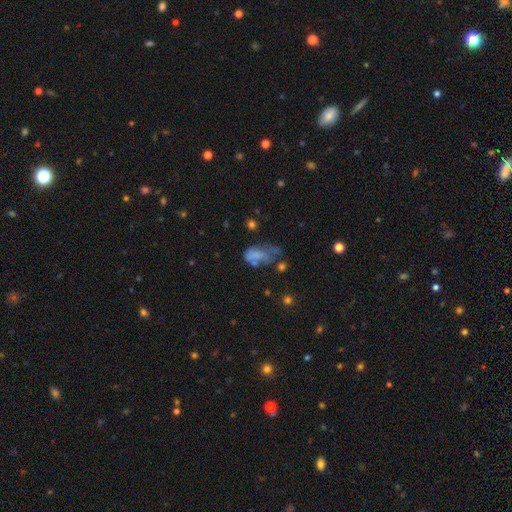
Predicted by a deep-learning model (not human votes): Smooth or featured?
  - smooth: 54% *
  - featured or disk: 32%
  - star or artifact: 14%
How rounded?
  - in between: 87% *
  - round: 9%
  - cigar-shaped: 4%
Merging?
  - major disturbance: 41% *
  - minor disturbance: 24%
  - none: 20%
  - merger: 15%